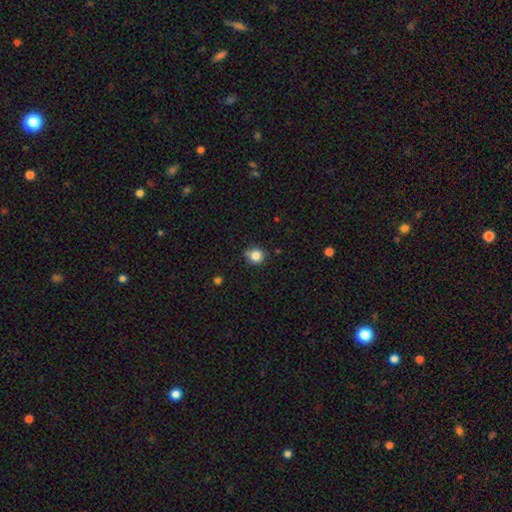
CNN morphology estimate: A smooth galaxy with no disk features (84%) that is round (90%).

Vote fractions:
- Smooth or featured? smooth: 84% / star or artifact: 11% / featured or disk: 5%
- How rounded? round: 90% / in between: 9% / cigar-shaped: 1%
- Merging? none: 78% / minor disturbance: 15% / merger: 4% / major disturbance: 3%